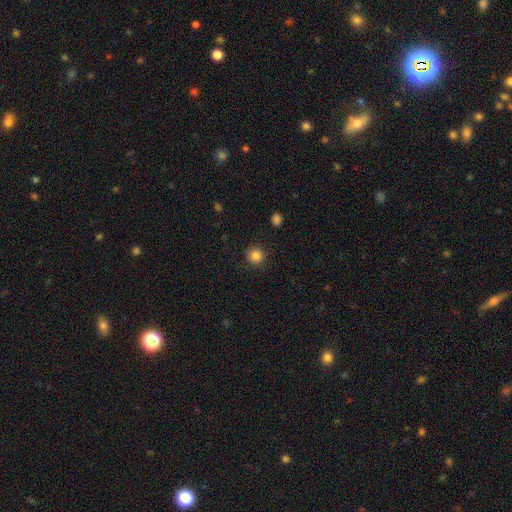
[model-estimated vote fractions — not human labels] Smooth or featured: smooth — 84% (star or artifact — 11%)
How rounded: round — 94% (in between — 5%)
Merging: none — 89% (minor disturbance — 7%)